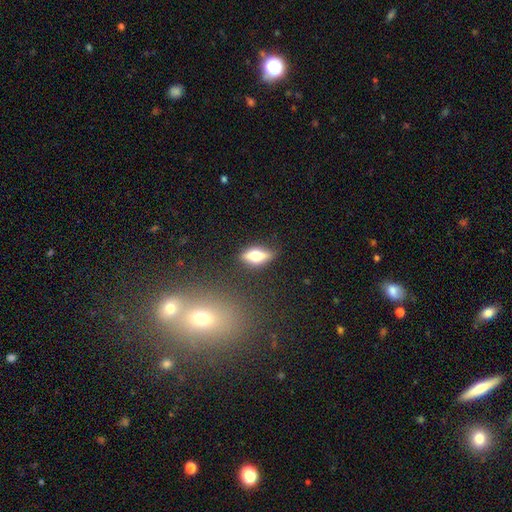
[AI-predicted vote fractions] This appears to be a smooth galaxy with no disk features (55%) that is in between round and cigar-shaped (74%). Merging: none (80%).